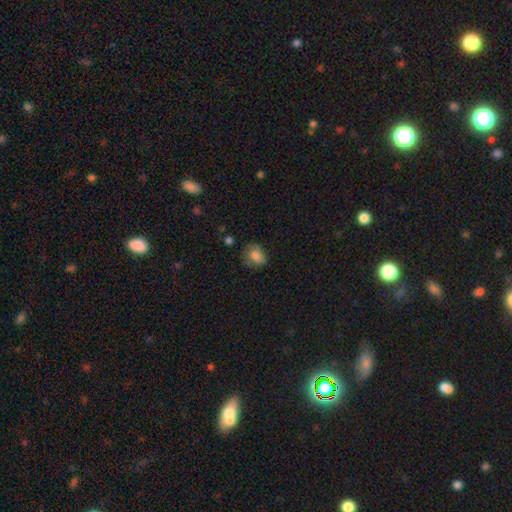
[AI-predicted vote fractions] Smooth or featured?
  - smooth: 79% *
  - featured or disk: 11%
  - star or artifact: 10%
How rounded?
  - round: 51% *
  - in between: 47%
  - cigar-shaped: 1%
Merging?
  - none: 59% *
  - minor disturbance: 28%
  - major disturbance: 11%
  - merger: 2%